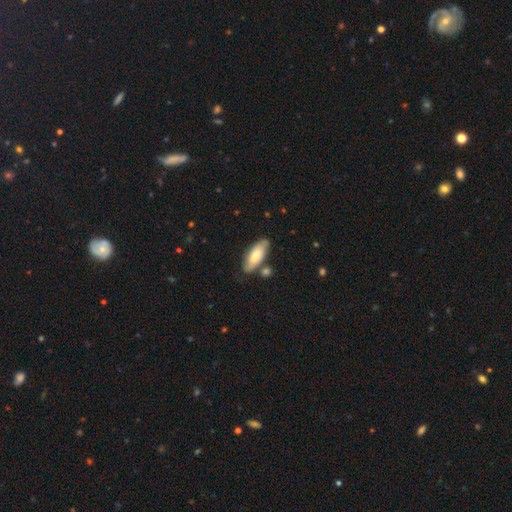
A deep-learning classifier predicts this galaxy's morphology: This is likely a smooth galaxy (70%). How rounded: likely in between (74%). Merging: likely none (73%).